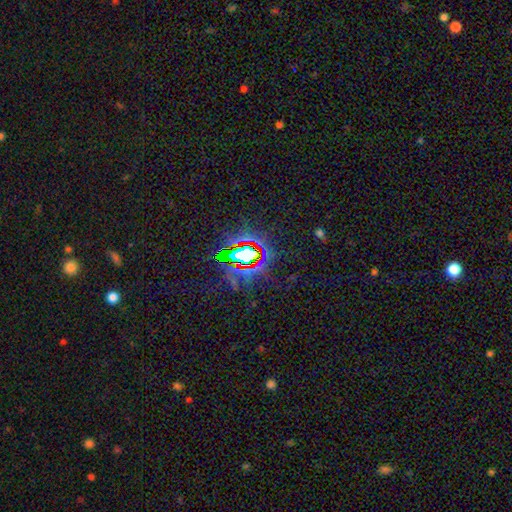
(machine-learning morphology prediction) Smooth or featured? Predicted: star or artifact (p=0.82).